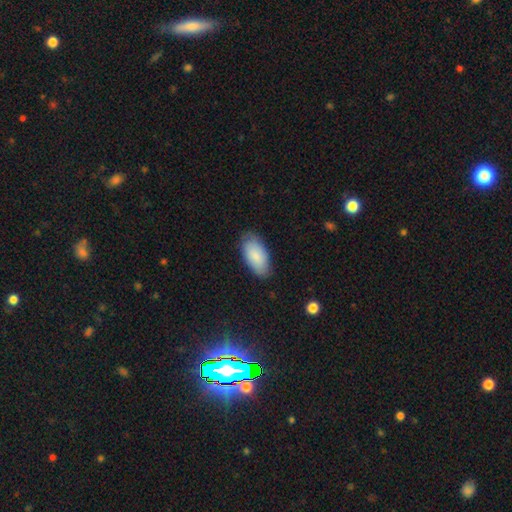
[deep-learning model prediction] Q: Smooth or featured?
A: smooth (83%); runner-up: featured or disk (11%)
Q: How rounded?
A: in between (94%); runner-up: cigar-shaped (4%)
Q: Merging?
A: none (78%); runner-up: minor disturbance (18%)